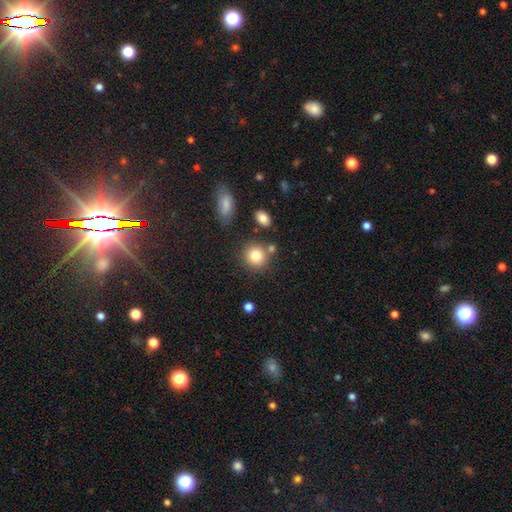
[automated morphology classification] type=smooth (82%); roundness=round (84%); merging=none (73%).